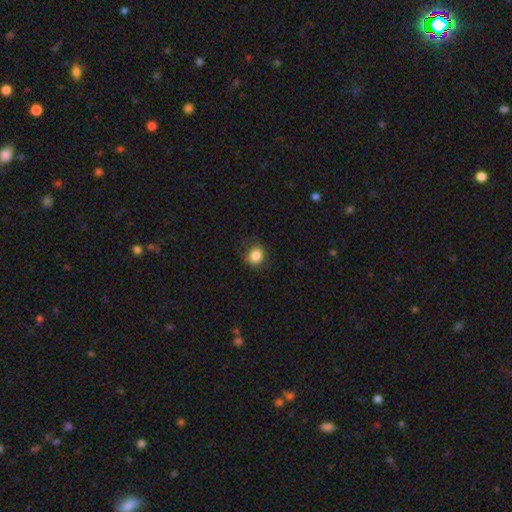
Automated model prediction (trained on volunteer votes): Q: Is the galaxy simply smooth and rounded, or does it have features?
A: smooth — 85%.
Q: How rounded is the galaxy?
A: round — 70%.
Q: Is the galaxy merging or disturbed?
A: none — 74%.